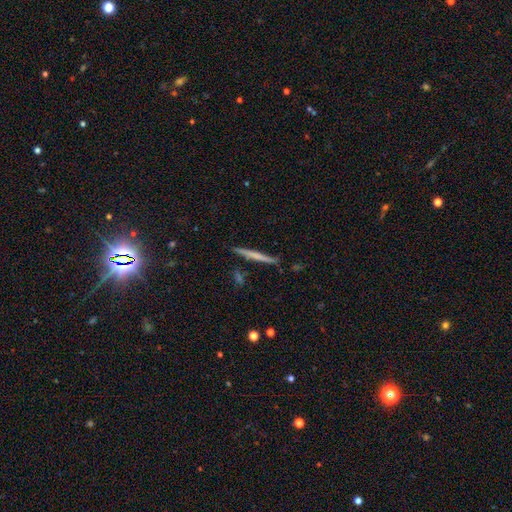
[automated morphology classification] smooth_or_featured: smooth (p=0.50) [alt: featured or disk p=0.45]
merging: none (p=0.88) [alt: minor disturbance p=0.08]